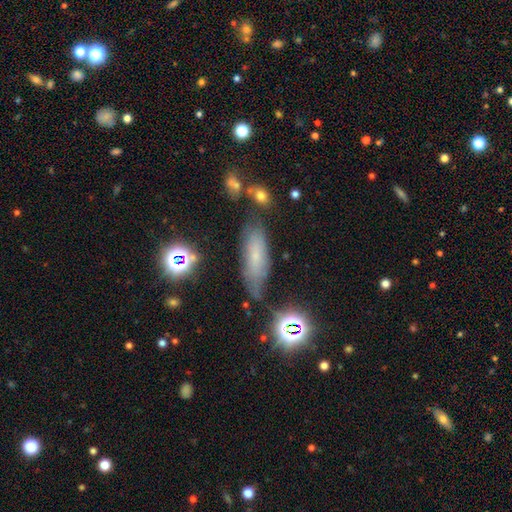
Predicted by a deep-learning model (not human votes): Smooth or featured?
  - smooth: 57% *
  - featured or disk: 24%
  - star or artifact: 19%
How rounded?
  - in between: 53% *
  - cigar-shaped: 43%
  - round: 4%
Merging?
  - none: 69% *
  - minor disturbance: 20%
  - major disturbance: 6%
  - merger: 5%